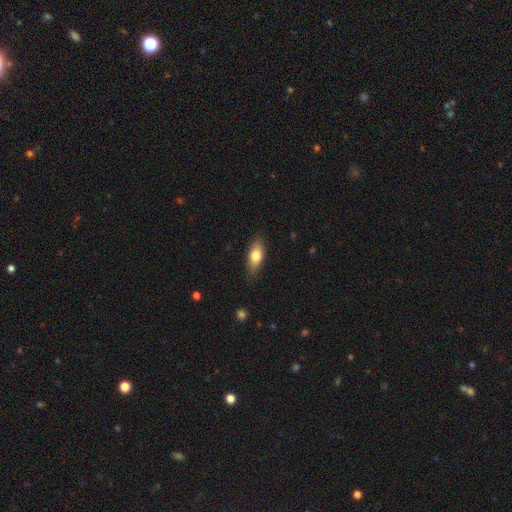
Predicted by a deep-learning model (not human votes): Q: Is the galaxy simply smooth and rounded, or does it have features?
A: smooth — 76%.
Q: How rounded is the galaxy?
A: in between — 79%.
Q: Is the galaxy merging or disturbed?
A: none — 84%.